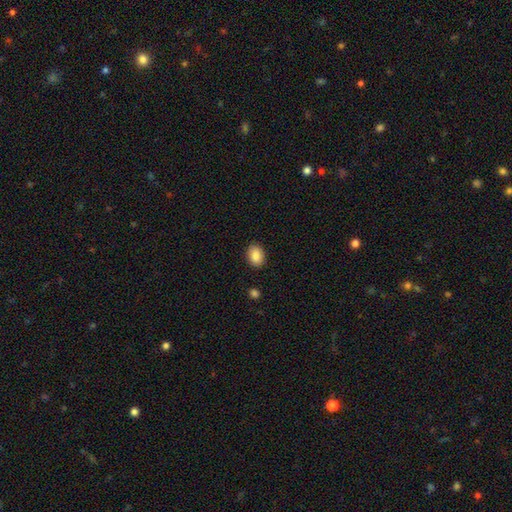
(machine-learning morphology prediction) smooth 88%, star or artifact 7%, featured or disk 5%. Down the decision tree: how rounded — in between (73%); merging — none (89%).